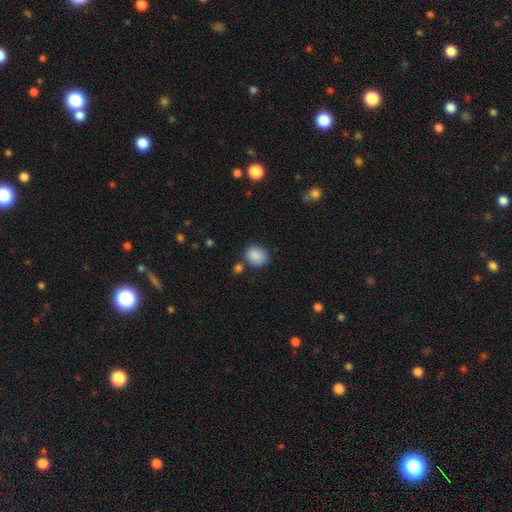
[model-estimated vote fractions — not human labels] This appears to be a smooth galaxy with no disk features (87%) that is round (57%). Merging: none (74%).